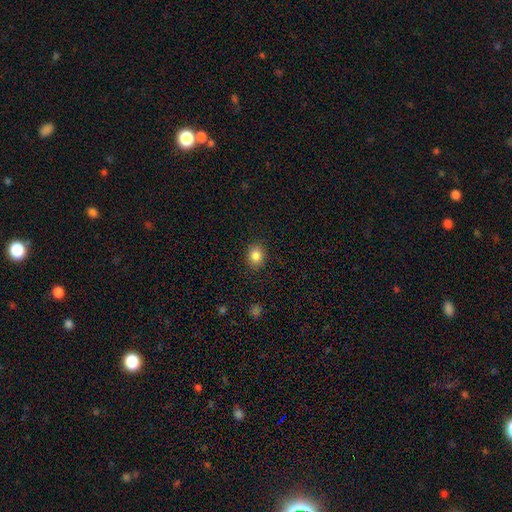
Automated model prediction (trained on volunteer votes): Morphology: type=smooth (85%); roundness=round (63%); merging=none (88%).